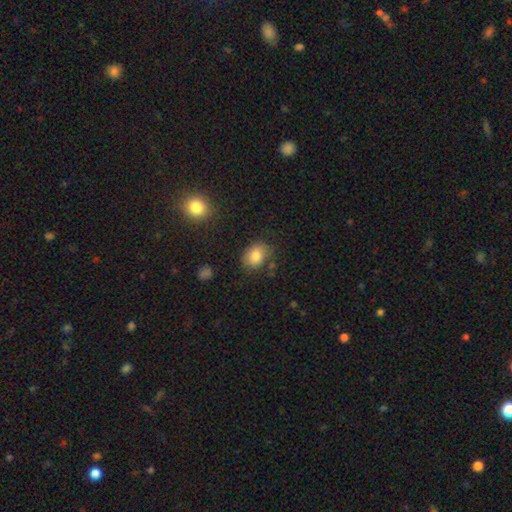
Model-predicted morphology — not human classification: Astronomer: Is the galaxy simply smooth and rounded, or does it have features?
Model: smooth — 81%.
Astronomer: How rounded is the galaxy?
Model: in between — 64%.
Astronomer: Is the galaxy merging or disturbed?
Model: none — 74%.